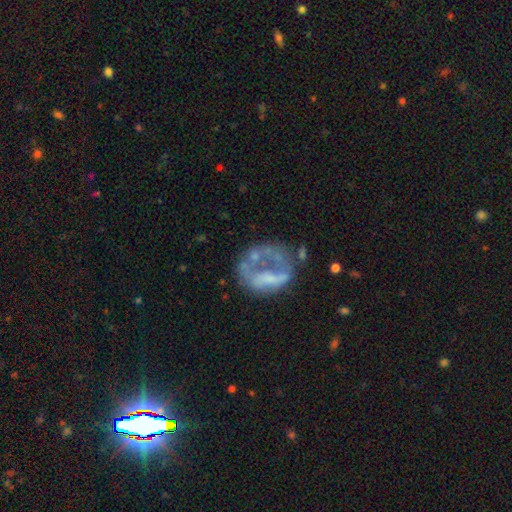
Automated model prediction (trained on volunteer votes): A featured or disk galaxy (60%) with no bar (76%), no spiral arms (81%) and no central bulge (60%). Merging: major disturbance (39%).